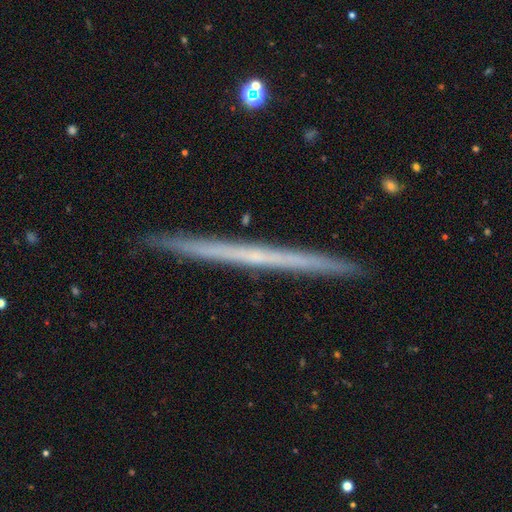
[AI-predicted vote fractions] smooth-or-featured: featured or disk: 61% | smooth: 32% | star or artifact: 6%
  disk-edge-on: yes: 98% | no: 2%
    edge-on-bulge: none: 93% | rounded: 5% | boxy: 2%
  merging: none: 92% | minor disturbance: 6% | merger: 1% | major disturbance: 1%